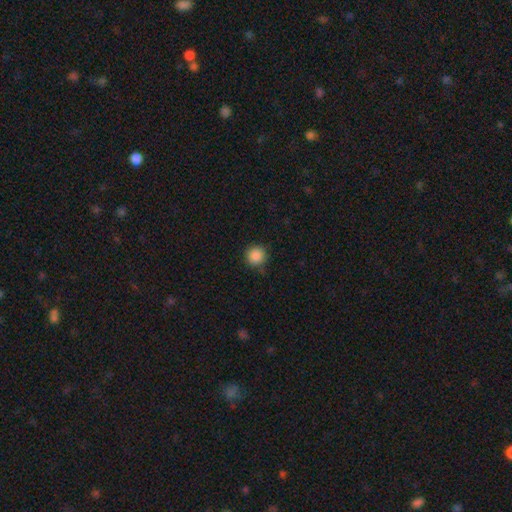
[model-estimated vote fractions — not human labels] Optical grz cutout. It shows a smooth galaxy with no disk features (87%) that is round (95%). Merging: none (87%).